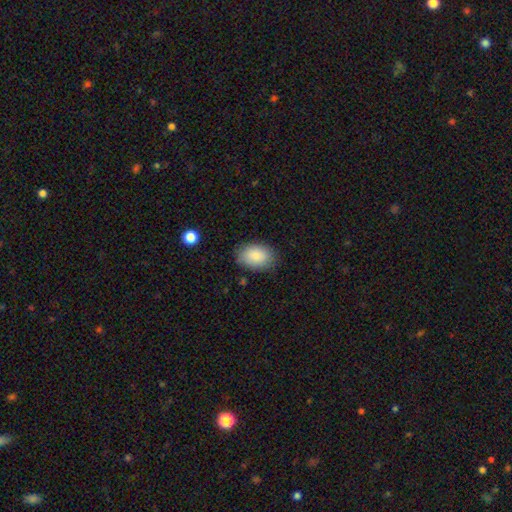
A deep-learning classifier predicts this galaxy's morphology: This is clearly a smooth galaxy (87%). How rounded: clearly in between (87%). Merging: clearly none (83%).